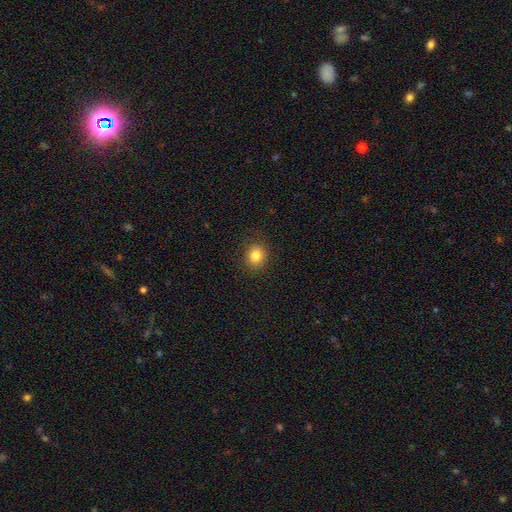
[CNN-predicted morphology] A smooth galaxy with no disk features (83%) that is round (77%).

Vote fractions:
- Smooth or featured? smooth: 83% / star or artifact: 11% / featured or disk: 6%
- How rounded? round: 77% / in between: 22% / cigar-shaped: 1%
- Merging? none: 89% / minor disturbance: 8% / major disturbance: 3% / merger: 1%